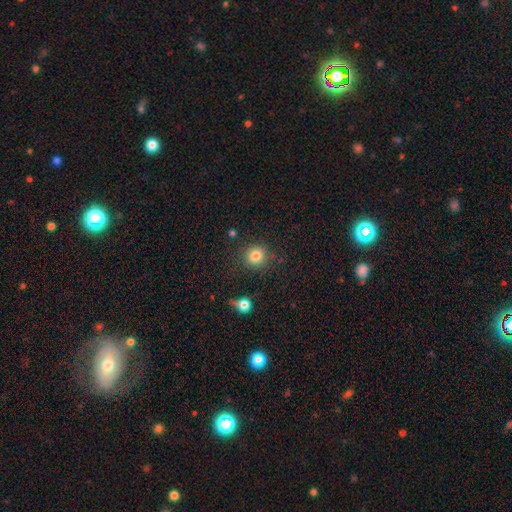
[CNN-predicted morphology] This is clearly a smooth galaxy (82%). How rounded: clearly round (88%). Merging: clearly none (84%).